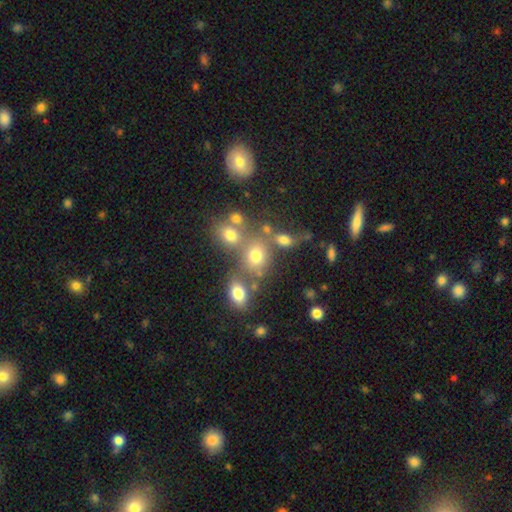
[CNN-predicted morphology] smooth-or-featured: smooth: 70% | star or artifact: 17% | featured or disk: 13%
  how-rounded: round: 56% | in between: 42% | cigar-shaped: 2%
  merging: none: 47% | merger: 35% | minor disturbance: 12% | major disturbance: 7%